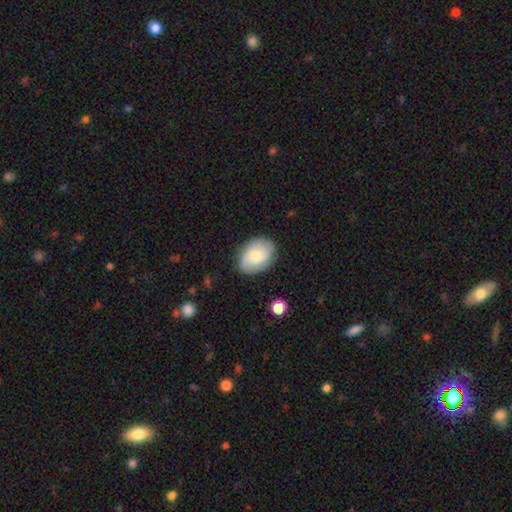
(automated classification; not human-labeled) The model was most divided on "smooth or featured": smooth: 52%, featured or disk: 41%, star or artifact: 7%. More confident: merging — none (81%); how rounded — in between (74%).